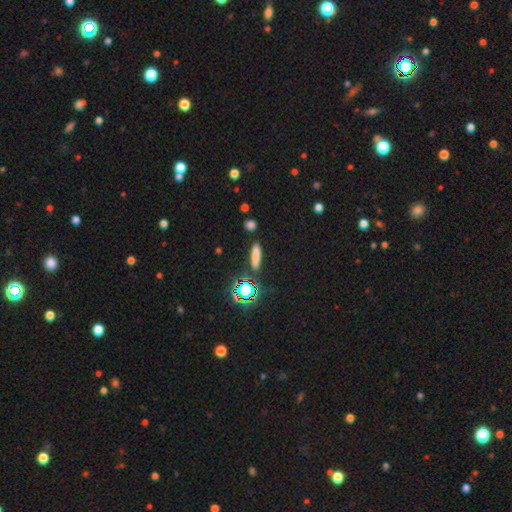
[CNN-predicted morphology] smooth_or_featured: smooth (p=0.73) [alt: star or artifact p=0.17]
how_rounded: cigar-shaped (p=0.75) [alt: in between p=0.20]
merging: none (p=0.82) [alt: minor disturbance p=0.11]